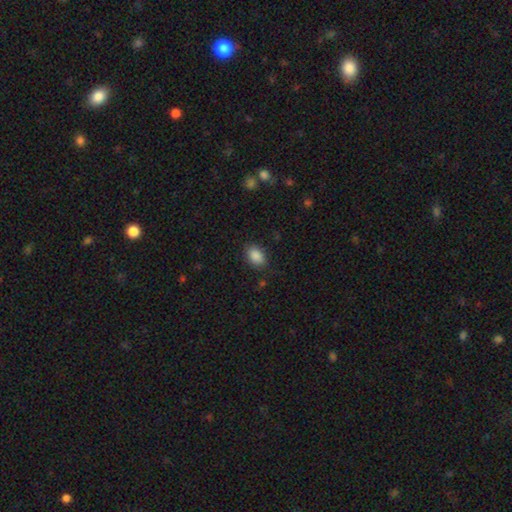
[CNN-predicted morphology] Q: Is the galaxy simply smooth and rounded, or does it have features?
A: smooth — 88%.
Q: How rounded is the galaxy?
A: in between — 84%.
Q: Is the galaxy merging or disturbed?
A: none — 85%.